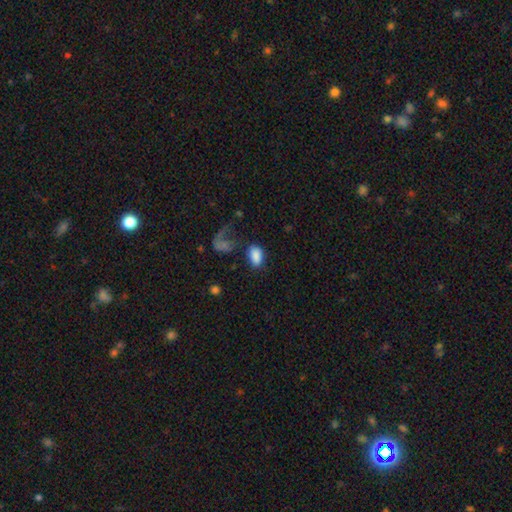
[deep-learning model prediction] This appears to be a smooth galaxy with no disk features (85%) that is in between round and cigar-shaped (90%). Merging: none (62%).